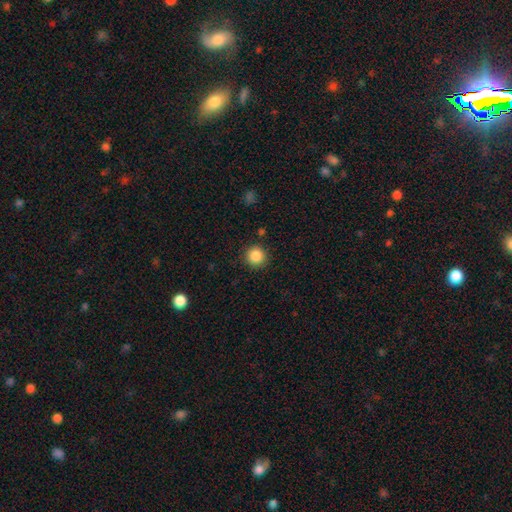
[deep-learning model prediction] This is clearly a smooth galaxy (87%). How rounded: clearly round (94%). Merging: clearly none (90%).